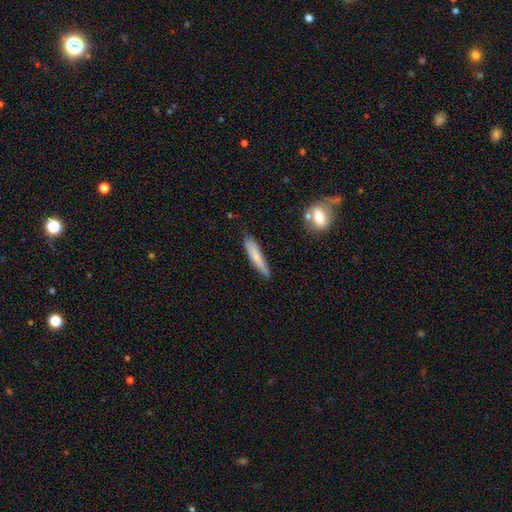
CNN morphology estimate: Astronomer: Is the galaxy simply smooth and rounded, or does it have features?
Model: smooth — 75%.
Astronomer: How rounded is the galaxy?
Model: cigar-shaped — 88%.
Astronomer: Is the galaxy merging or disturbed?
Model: none — 76%.